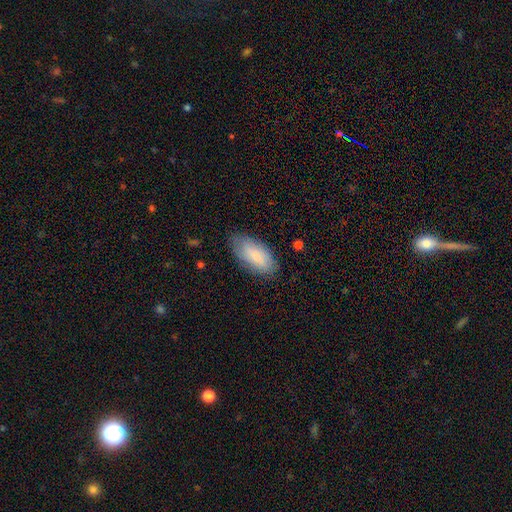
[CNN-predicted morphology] Smooth or featured? Predicted: smooth (p=0.77). How rounded? Predicted: in between (p=0.91). Merging? Predicted: none (p=0.77).